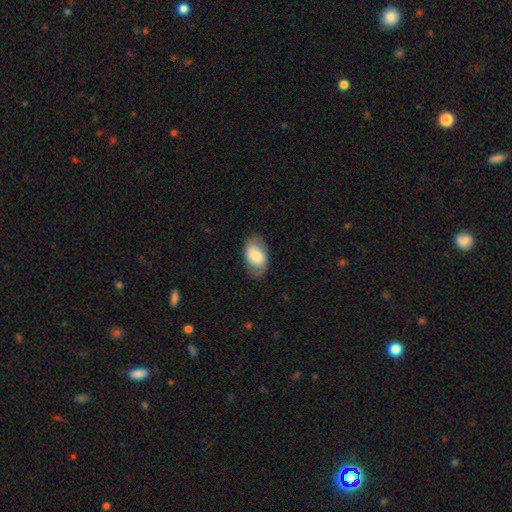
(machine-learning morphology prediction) The model was most divided on "smooth or featured": smooth: 70%, featured or disk: 24%, star or artifact: 7%. More confident: how rounded — in between (91%); merging — none (75%).